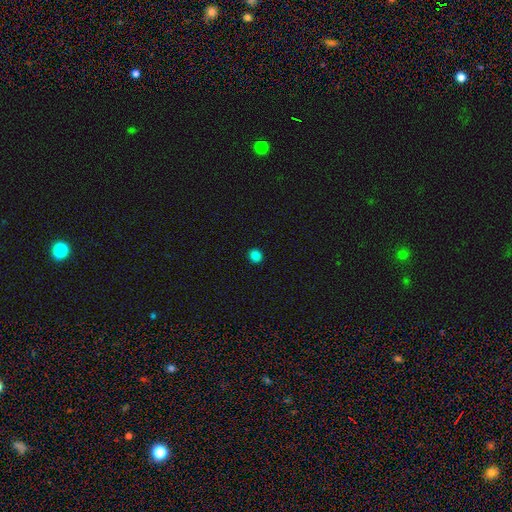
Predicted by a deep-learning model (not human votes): Smooth or featured?
  - smooth: 84% *
  - star or artifact: 12%
  - featured or disk: 3%
How rounded?
  - round: 90% *
  - in between: 9%
  - cigar-shaped: 1%
Merging?
  - none: 93% *
  - minor disturbance: 4%
  - major disturbance: 1%
  - merger: 1%